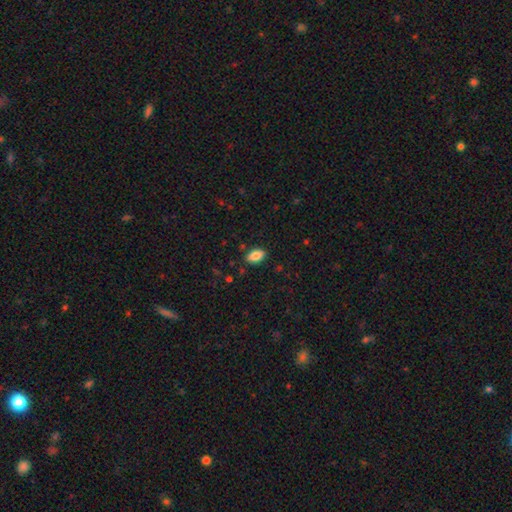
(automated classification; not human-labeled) A smooth galaxy with no disk features (85%) that is in between round and cigar-shaped (91%). Merging: none (87%).